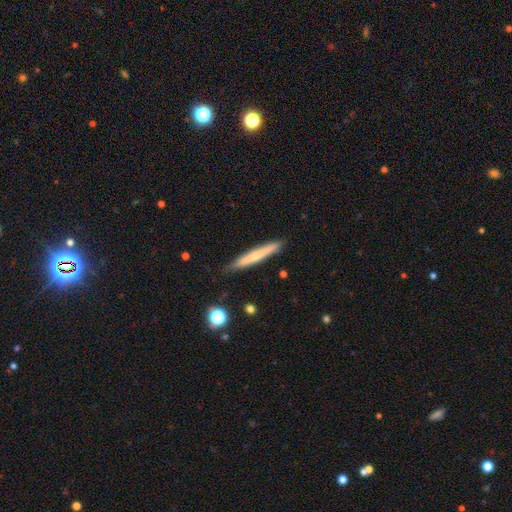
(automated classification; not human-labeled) Smooth or featured? smooth (58%)
How rounded? cigar-shaped (95%)
Merging? none (86%)